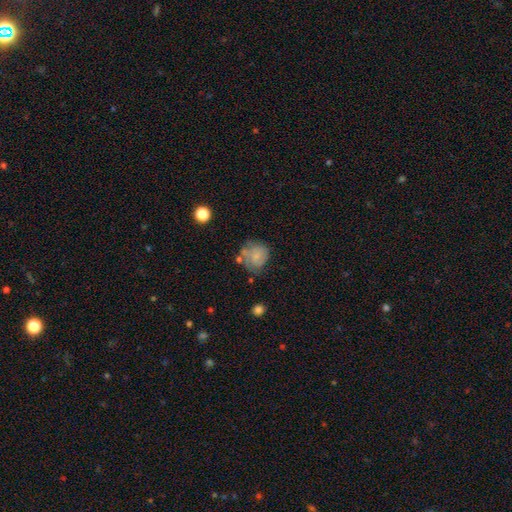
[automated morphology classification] The model was most divided on "merging": none: 47%, minor disturbance: 28%, major disturbance: 15%, merger: 9%. More confident: how rounded — round (74%); smooth or featured — smooth (63%).